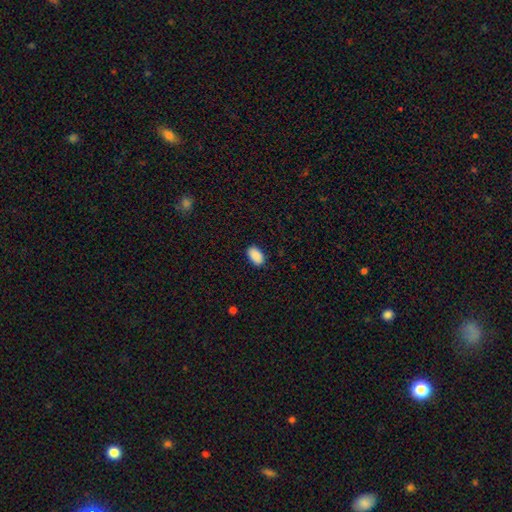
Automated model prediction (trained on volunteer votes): The model was most divided on "merging": none: 87%, minor disturbance: 10%, major disturbance: 2%, merger: 1%. More confident: how rounded — in between (93%); smooth or featured — smooth (90%).